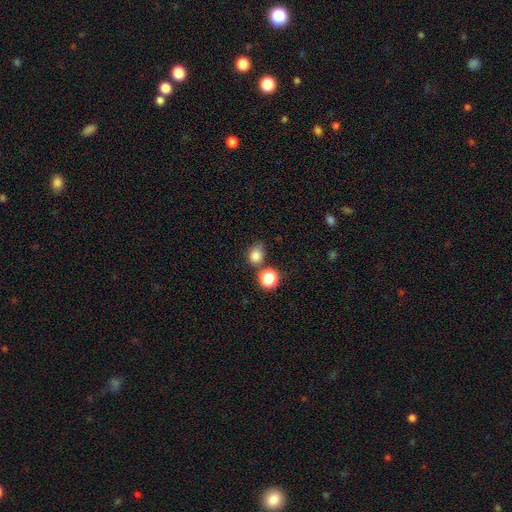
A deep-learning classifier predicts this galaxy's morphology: A smooth galaxy with no disk features (81%) that is round (63%). Merging: none (61%).